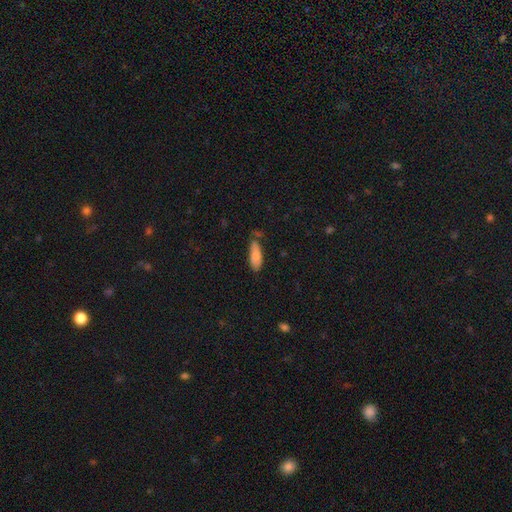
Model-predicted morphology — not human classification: smooth-or-featured: smooth: 75% | featured or disk: 18% | star or artifact: 7%
  how-rounded: in between: 65% | cigar-shaped: 33% | round: 2%
  merging: none: 65% | minor disturbance: 25% | merger: 6% | major disturbance: 5%